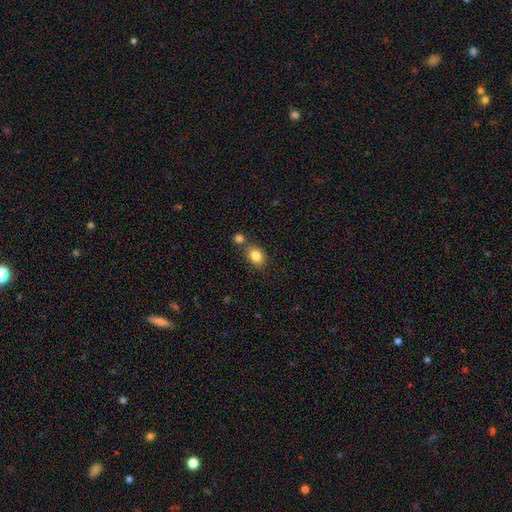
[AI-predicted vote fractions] A smooth galaxy with no disk features (84%) that is in between round and cigar-shaped (72%).

Vote fractions:
- Smooth or featured? smooth: 84% / star or artifact: 9% / featured or disk: 7%
- How rounded? in between: 72% / round: 26% / cigar-shaped: 1%
- Merging? none: 66% / merger: 19% / minor disturbance: 11% / major disturbance: 3%